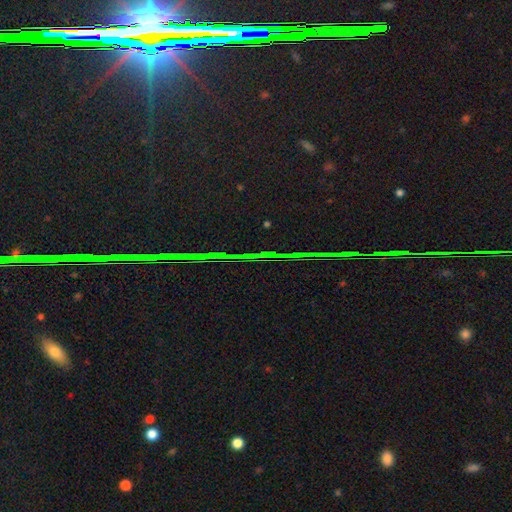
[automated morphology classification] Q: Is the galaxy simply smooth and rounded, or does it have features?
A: star or artifact — 87%.